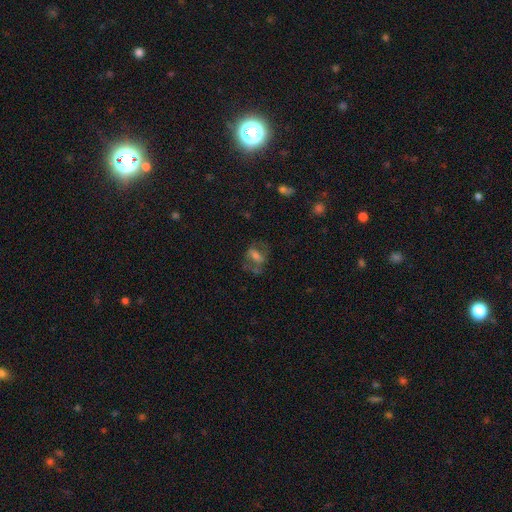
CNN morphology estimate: This is possibly a featured or disk galaxy (49%). Merging: possibly none (55%).